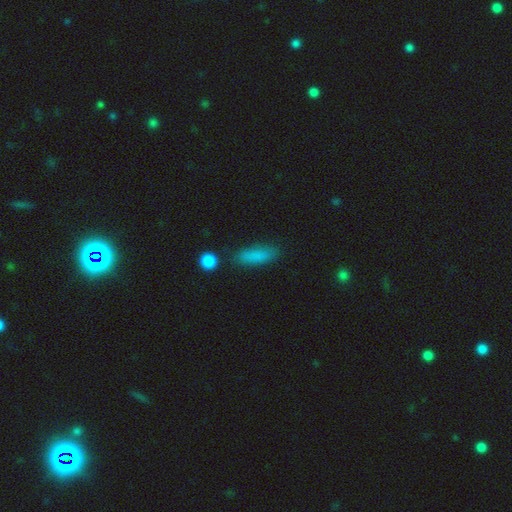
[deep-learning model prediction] smooth-or-featured: smooth: 83% | star or artifact: 8% | featured or disk: 8%
  how-rounded: cigar-shaped: 55% | in between: 42% | round: 3%
  merging: none: 80% | minor disturbance: 13% | merger: 4% | major disturbance: 3%